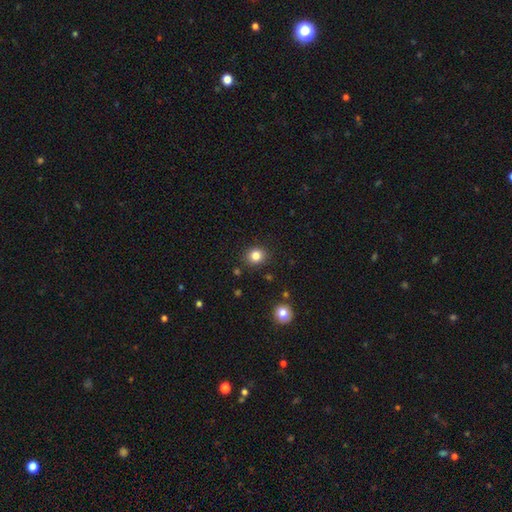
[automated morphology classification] Q: Smooth or featured?
A: smooth (83%); runner-up: star or artifact (12%)
Q: How rounded?
A: round (80%); runner-up: in between (19%)
Q: Merging?
A: none (89%); runner-up: minor disturbance (7%)